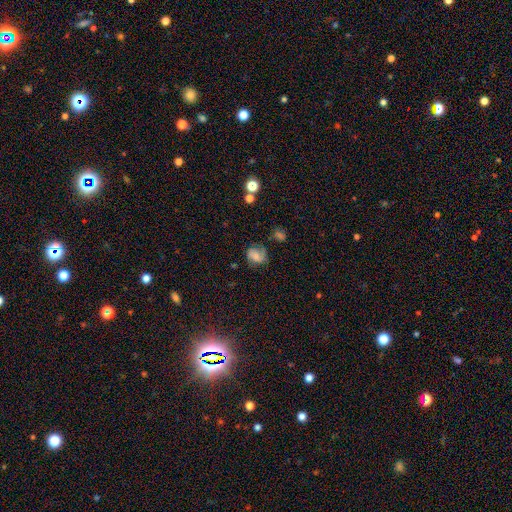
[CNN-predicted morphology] smooth 57%, featured or disk 32%, star or artifact 12%. Down the decision tree: how rounded — round (51%); merging — none (52%).